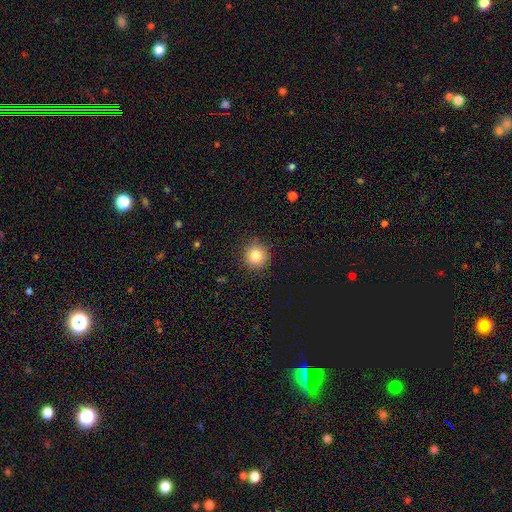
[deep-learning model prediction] Morphology: type=smooth (82%); roundness=round (94%); merging=none (90%).